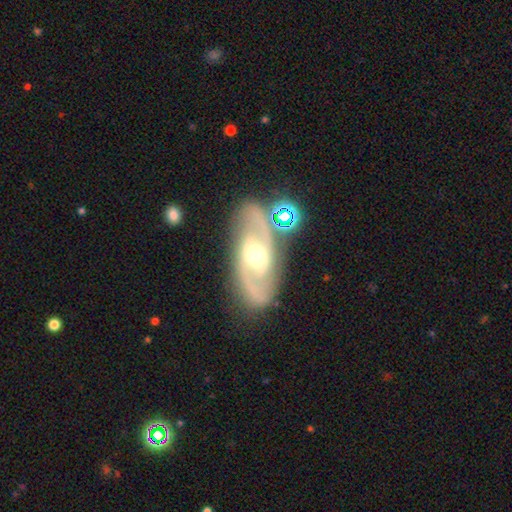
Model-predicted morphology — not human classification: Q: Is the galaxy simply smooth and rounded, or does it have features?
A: featured or disk — 87%.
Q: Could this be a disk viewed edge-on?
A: no — 94%.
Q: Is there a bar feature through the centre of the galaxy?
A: weak — 42%.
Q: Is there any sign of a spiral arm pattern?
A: yes — 95%.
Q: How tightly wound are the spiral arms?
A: medium — 53%.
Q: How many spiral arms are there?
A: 2 — 89%.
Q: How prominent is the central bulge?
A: moderate — 64%.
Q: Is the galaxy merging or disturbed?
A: none — 78%.